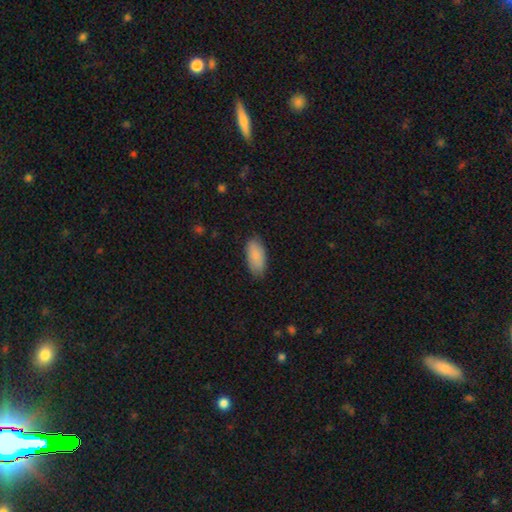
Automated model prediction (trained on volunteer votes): Q: Smooth or featured?
A: smooth (87%); runner-up: featured or disk (7%)
Q: How rounded?
A: in between (91%); runner-up: cigar-shaped (7%)
Q: Merging?
A: none (82%); runner-up: minor disturbance (14%)